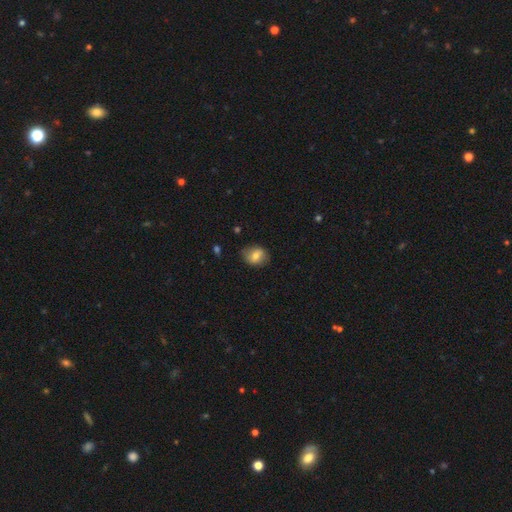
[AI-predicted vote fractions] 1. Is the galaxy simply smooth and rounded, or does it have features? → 70% smooth, 21% featured or disk, 9% star or artifact.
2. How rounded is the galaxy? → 51% in between, 48% round, 2% cigar-shaped.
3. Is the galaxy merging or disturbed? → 78% none, 16% minor disturbance, 4% major disturbance, 1% merger.